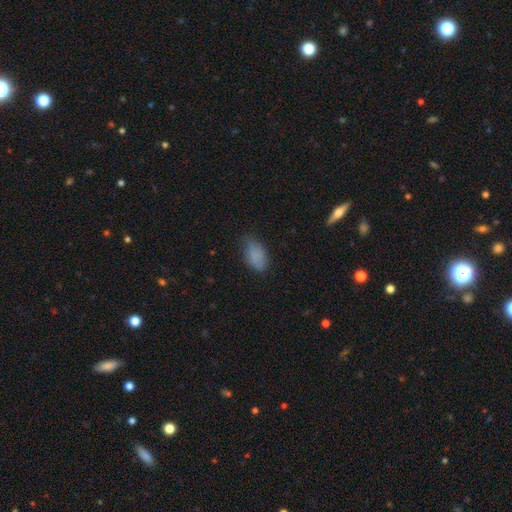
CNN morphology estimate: A smooth galaxy with no disk features (84%) that is in between round and cigar-shaped (92%).

Vote fractions:
- Smooth or featured? smooth: 84% / star or artifact: 9% / featured or disk: 7%
- How rounded? in between: 92% / round: 5% / cigar-shaped: 3%
- Merging? none: 68% / minor disturbance: 25% / major disturbance: 6% / merger: 1%